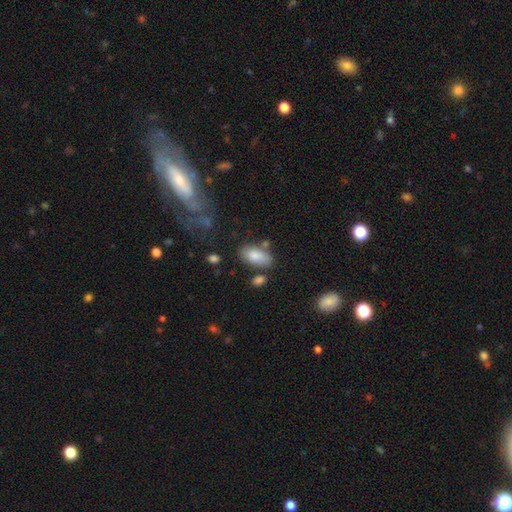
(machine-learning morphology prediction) Q: Smooth or featured?
A: smooth (84%); runner-up: featured or disk (9%)
Q: How rounded?
A: in between (93%); runner-up: cigar-shaped (4%)
Q: Merging?
A: none (67%); runner-up: minor disturbance (17%)